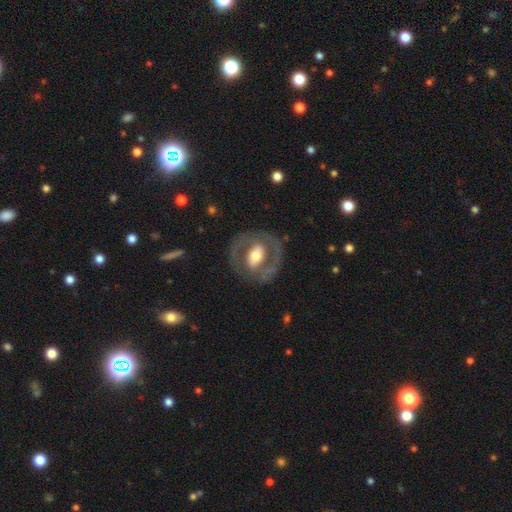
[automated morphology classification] This appears to be a featured or disk galaxy (71%) with a strong bar (36%), no spiral arms (53%) and a moderate central bulge (61%). Merging: none (77%).